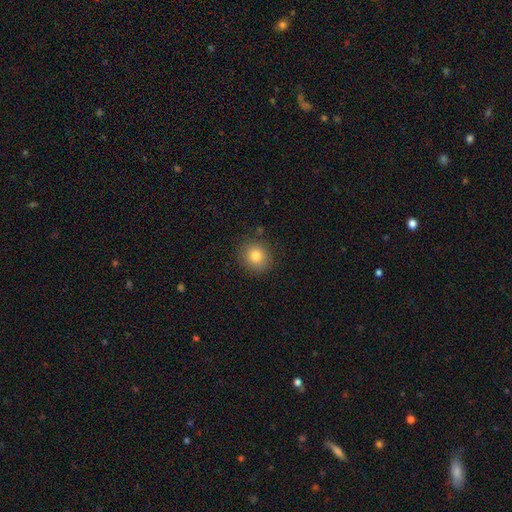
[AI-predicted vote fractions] The model was most divided on "how rounded": round: 84%, in between: 15%, cigar-shaped: 1%. More confident: merging — none (87%); smooth or featured — smooth (82%).